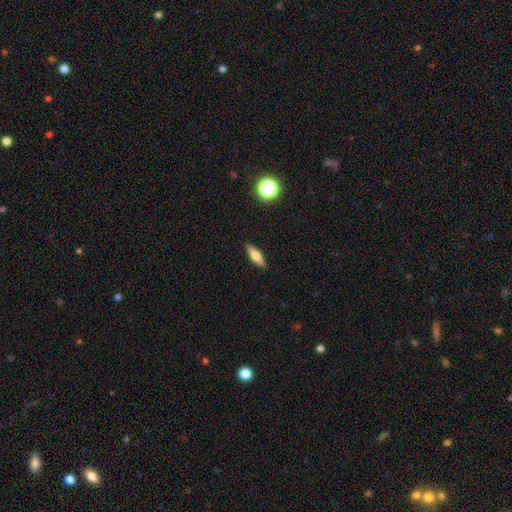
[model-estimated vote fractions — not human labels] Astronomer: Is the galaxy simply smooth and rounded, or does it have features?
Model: smooth — 59%.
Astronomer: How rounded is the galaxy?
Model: cigar-shaped — 54% (runner-up: in between, 43%).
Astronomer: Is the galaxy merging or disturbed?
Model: none — 89%.